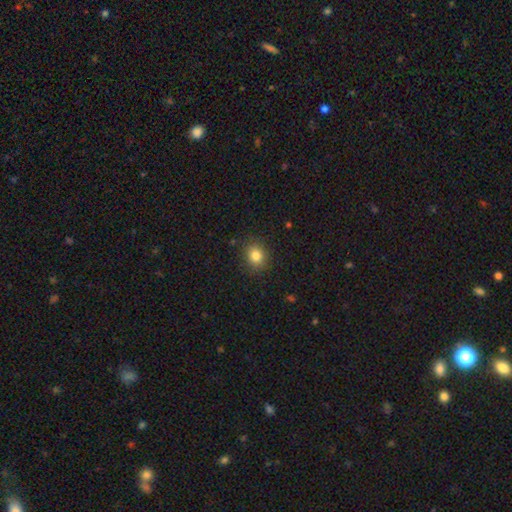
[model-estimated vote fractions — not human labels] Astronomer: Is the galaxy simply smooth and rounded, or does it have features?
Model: smooth — 83%.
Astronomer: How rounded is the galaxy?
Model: round — 68%.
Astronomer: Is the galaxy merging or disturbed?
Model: none — 88%.